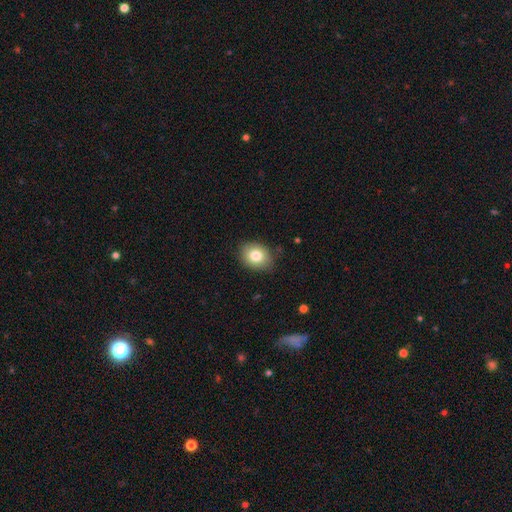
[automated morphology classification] Overall: smooth (81%). How rounded: in between (54%; round 45%). Merging: none (84%).